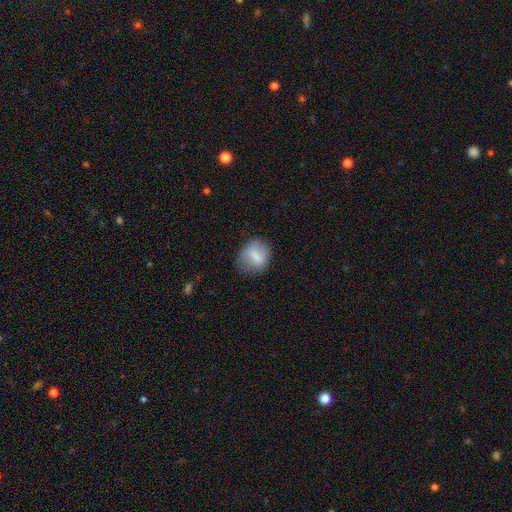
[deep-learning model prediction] A smooth galaxy with no disk features (69%) that is round (61%).

Vote fractions:
- Smooth or featured? smooth: 69% / featured or disk: 22% / star or artifact: 8%
- How rounded? round: 61% / in between: 37% / cigar-shaped: 2%
- Merging? none: 72% / minor disturbance: 20% / major disturbance: 7% / merger: 1%